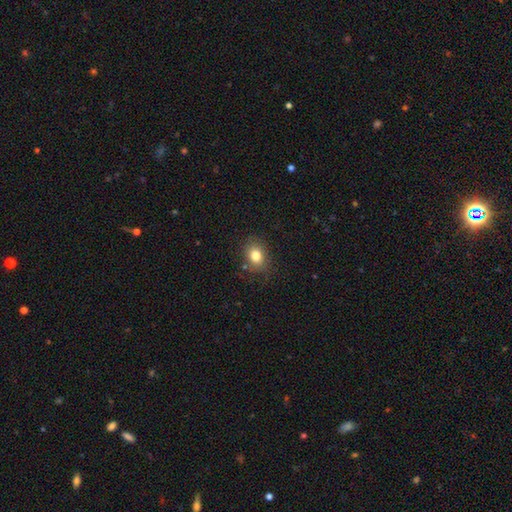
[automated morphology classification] Smooth or featured?
  - smooth: 81% *
  - star or artifact: 11%
  - featured or disk: 9%
How rounded?
  - in between: 54% *
  - round: 45%
  - cigar-shaped: 1%
Merging?
  - none: 79% *
  - minor disturbance: 14%
  - major disturbance: 4%
  - merger: 2%